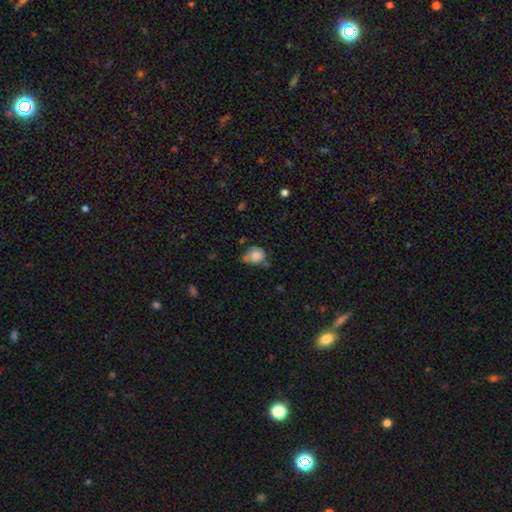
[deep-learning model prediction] smooth-or-featured: smooth: 80% | featured or disk: 11% | star or artifact: 9%
  how-rounded: round: 53% | in between: 46% | cigar-shaped: 1%
  merging: none: 43% | minor disturbance: 38% | major disturbance: 12% | merger: 8%